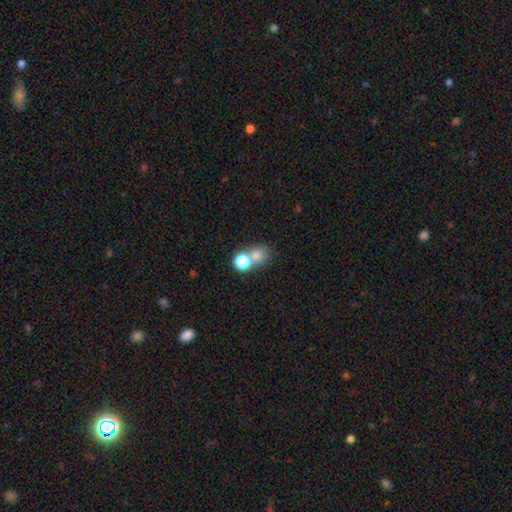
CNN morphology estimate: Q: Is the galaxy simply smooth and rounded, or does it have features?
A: smooth — 73%.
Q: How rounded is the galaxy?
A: round — 76%.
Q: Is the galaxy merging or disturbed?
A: none — 46%.